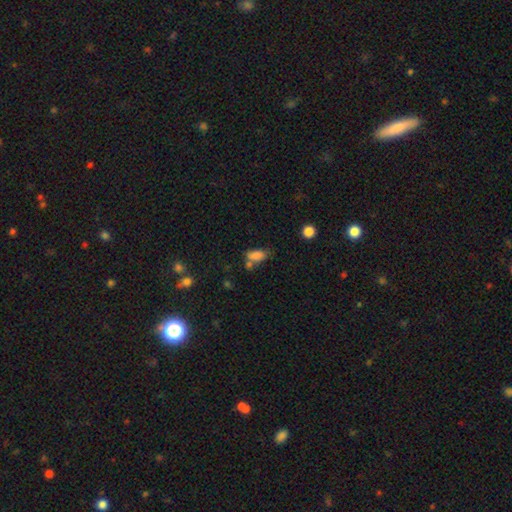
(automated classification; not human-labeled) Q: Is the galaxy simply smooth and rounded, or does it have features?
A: smooth — 80%.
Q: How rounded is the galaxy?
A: in between — 86%.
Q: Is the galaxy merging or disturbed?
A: none — 43%.